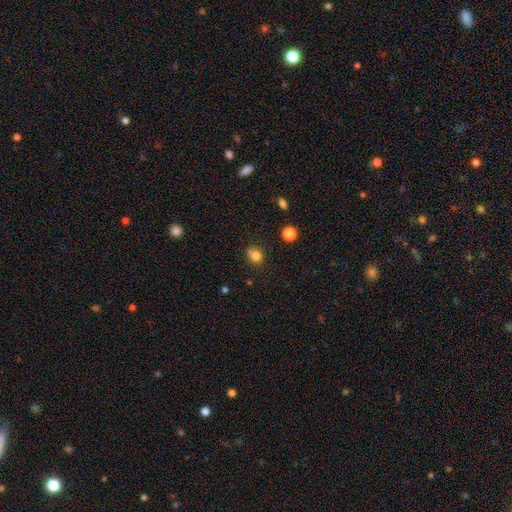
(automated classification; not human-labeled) Smooth or featured?
  - smooth: 78% *
  - star or artifact: 13%
  - featured or disk: 8%
How rounded?
  - round: 68% *
  - in between: 31%
  - cigar-shaped: 1%
Merging?
  - none: 58% *
  - minor disturbance: 22%
  - merger: 13%
  - major disturbance: 6%